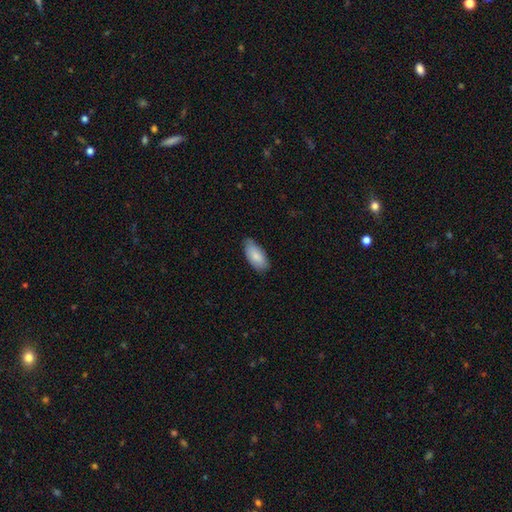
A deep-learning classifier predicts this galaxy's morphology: This appears to be a smooth galaxy with no disk features (84%) that is in between round and cigar-shaped (91%). Merging: none (75%).